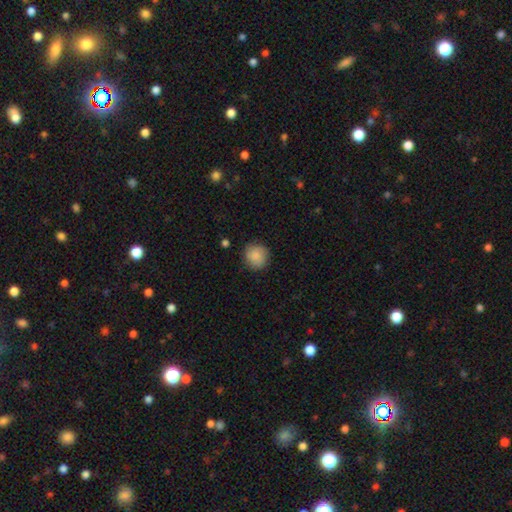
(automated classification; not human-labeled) Smooth or featured? Predicted: smooth (p=0.86). How rounded? Predicted: round (p=0.90). Merging? Predicted: none (p=0.83).